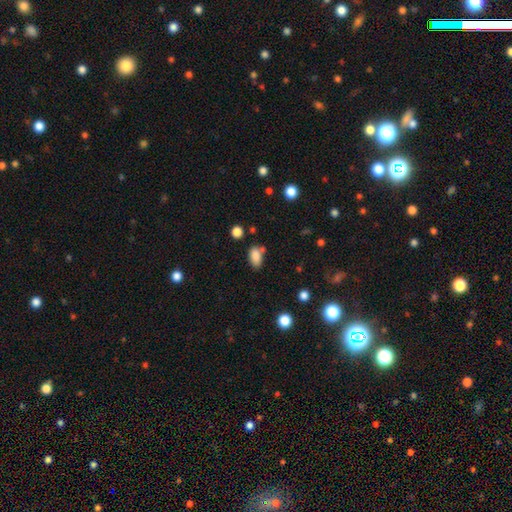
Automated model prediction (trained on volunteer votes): Morphology: type=smooth (85%); roundness=in between (90%); merging=none (62%).